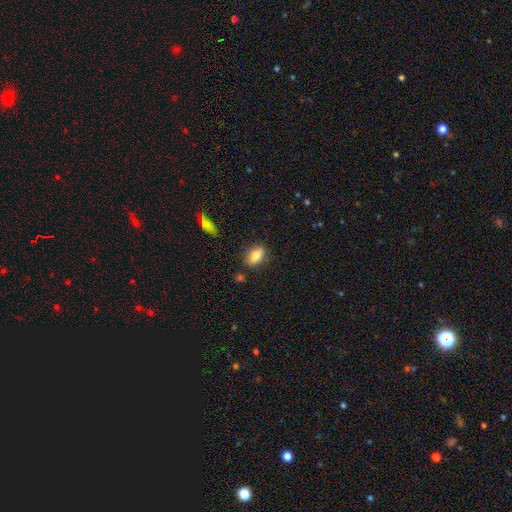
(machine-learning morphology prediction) A smooth galaxy with no disk features (80%) that is in between round and cigar-shaped (85%). Merging: none (81%).